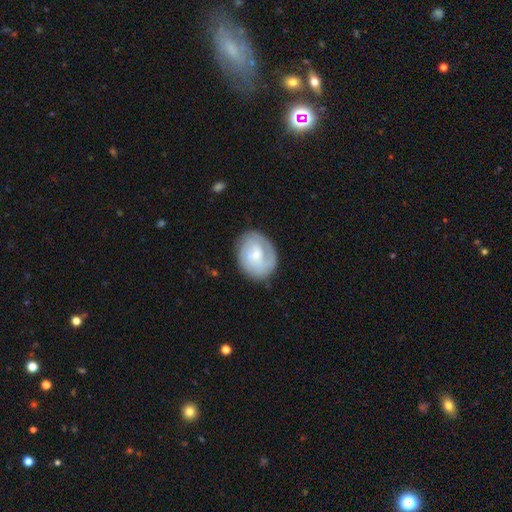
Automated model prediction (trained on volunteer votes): Morphology: type=featured or disk (64%); edge-on=no (97%); bar=no (60%); spiral arms=yes (83%); winding=tight (60%); arm count=can't tell (36%); bulge=small (65%); merging=none (74%).